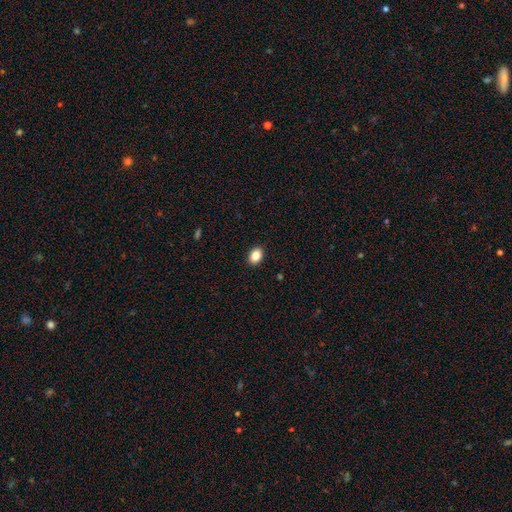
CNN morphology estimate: This is clearly a smooth galaxy (86%). How rounded: likely in between (76%). Merging: clearly none (91%).